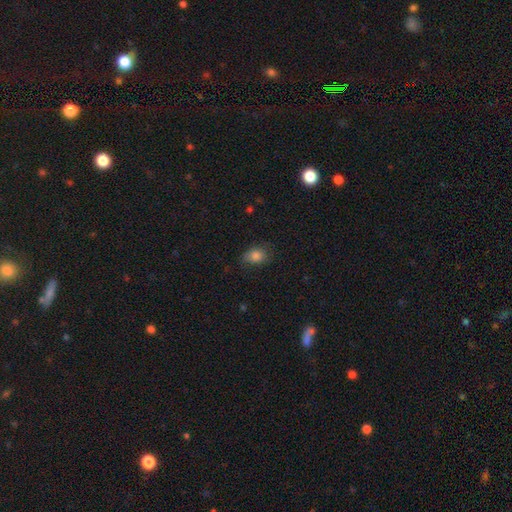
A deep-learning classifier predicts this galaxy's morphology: This appears to be a smooth galaxy with no disk features (82%) that is in between round and cigar-shaped (68%). Merging: none (69%).